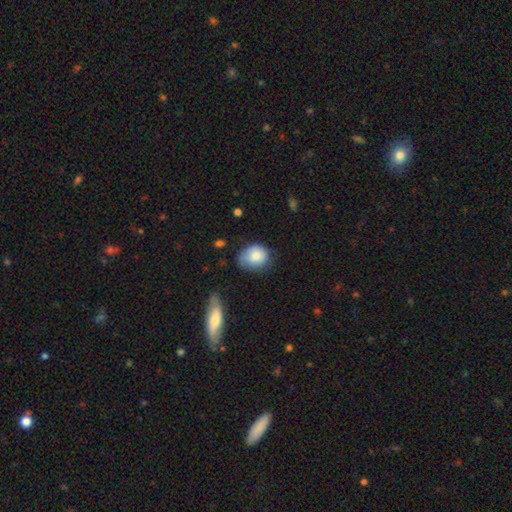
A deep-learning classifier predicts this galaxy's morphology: smooth-or-featured: smooth: 81% | featured or disk: 11% | star or artifact: 7%
  how-rounded: round: 58% | in between: 41% | cigar-shaped: 1%
  merging: none: 54% | minor disturbance: 35% | major disturbance: 9% | merger: 3%